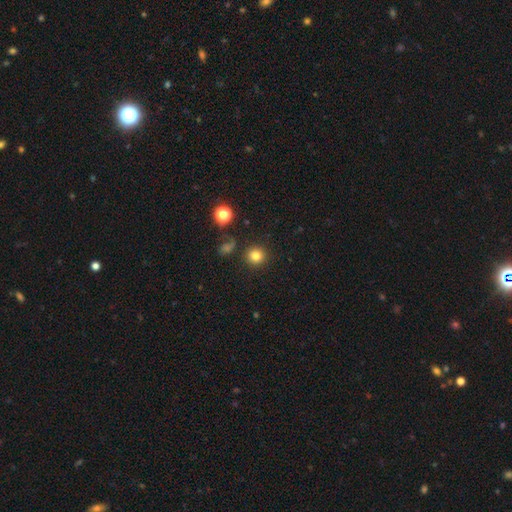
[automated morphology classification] type=smooth (81%); roundness=round (94%); merging=none (88%).